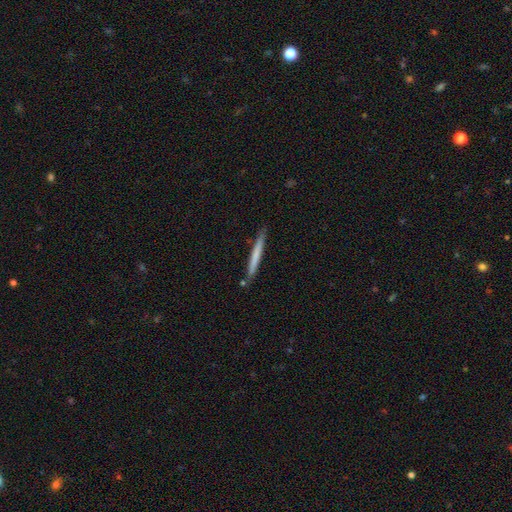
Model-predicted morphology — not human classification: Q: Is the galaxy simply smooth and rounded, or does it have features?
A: smooth — 65%.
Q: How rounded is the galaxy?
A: cigar-shaped — 97%.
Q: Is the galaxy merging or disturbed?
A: none — 86%.